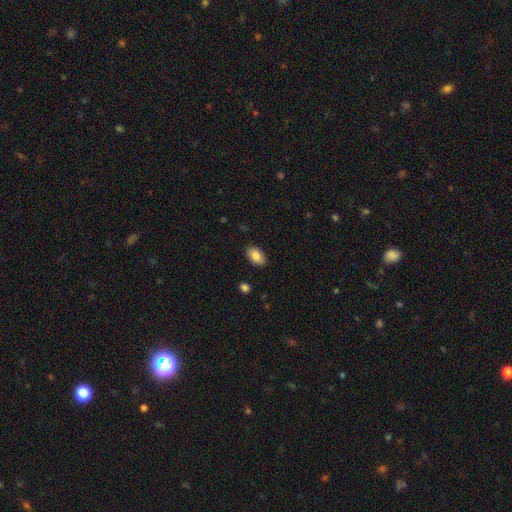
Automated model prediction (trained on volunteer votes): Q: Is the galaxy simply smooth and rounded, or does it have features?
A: smooth — 86%.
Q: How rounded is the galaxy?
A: in between — 92%.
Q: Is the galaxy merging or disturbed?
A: none — 88%.